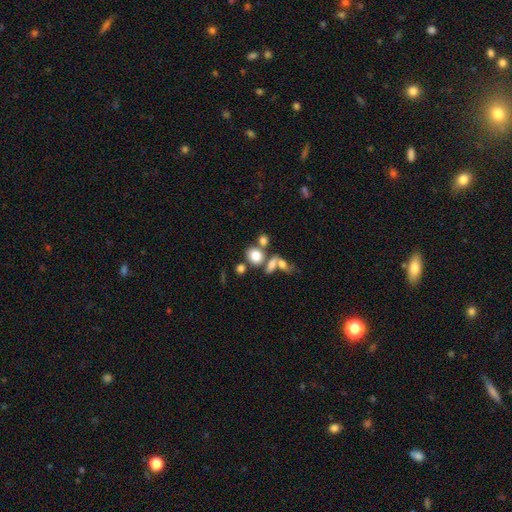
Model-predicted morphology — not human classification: Q: Smooth or featured?
A: smooth (77%); runner-up: featured or disk (12%)
Q: How rounded?
A: round (58%); runner-up: in between (40%)
Q: Merging?
A: none (51%); runner-up: merger (31%)